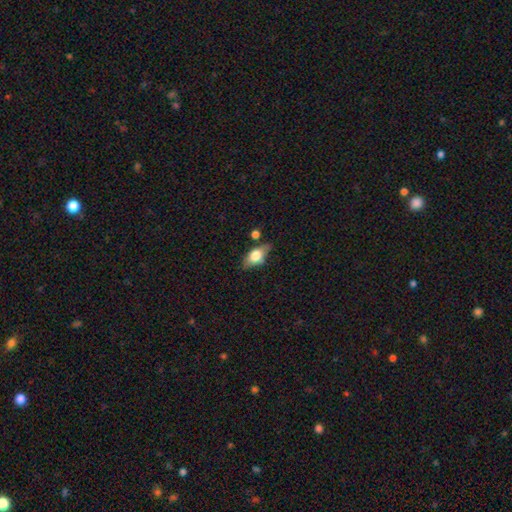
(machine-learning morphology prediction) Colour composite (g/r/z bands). It shows a smooth galaxy with no disk features (64%) that is in between round and cigar-shaped (82%). Merging: none (64%).